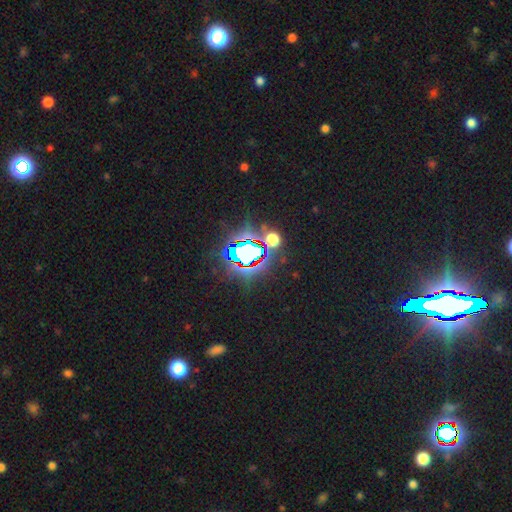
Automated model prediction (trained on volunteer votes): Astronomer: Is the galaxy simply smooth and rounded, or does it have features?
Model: star or artifact — 75%.